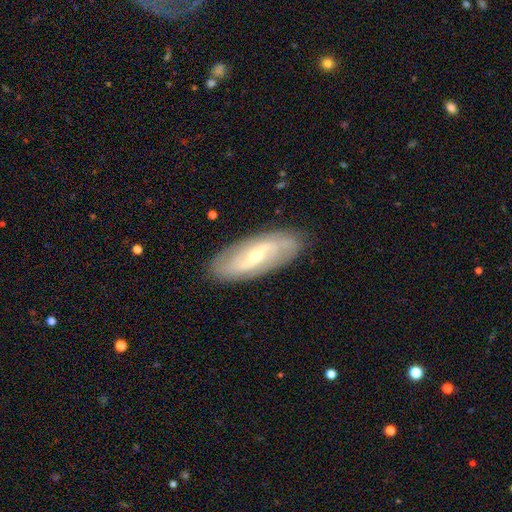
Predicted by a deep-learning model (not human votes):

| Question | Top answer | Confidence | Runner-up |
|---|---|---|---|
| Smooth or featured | featured or disk | 79% | smooth (15%) |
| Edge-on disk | no | 87% | yes (13%) |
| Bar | weak | 45% | strong (33%) |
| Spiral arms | yes | 86% | no (14%) |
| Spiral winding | loose | 39% | medium (36%) |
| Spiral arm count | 2 | 73% | can't tell (17%) |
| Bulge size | small | 62% | moderate (35%) |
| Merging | none | 86% | minor disturbance (10%) |